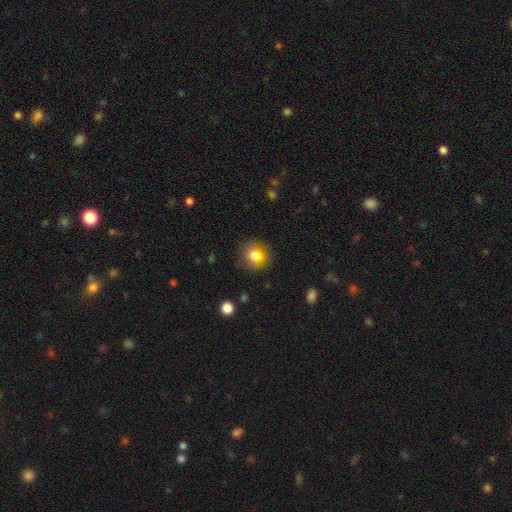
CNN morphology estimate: smooth_or_featured: smooth (p=0.75) [alt: star or artifact p=0.14]
how_rounded: round (p=0.81) [alt: in between p=0.18]
merging: none (p=0.79) [alt: minor disturbance p=0.12]